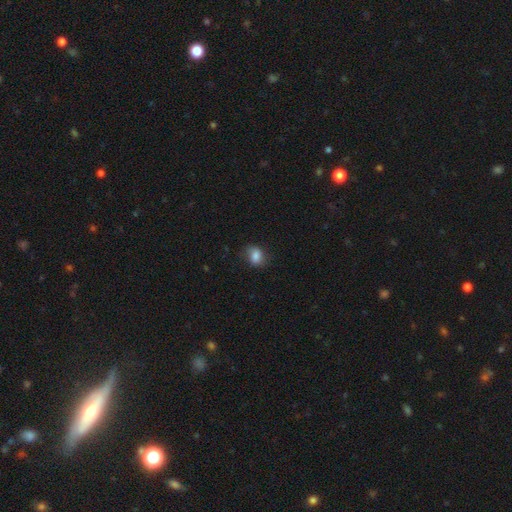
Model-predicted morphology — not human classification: smooth 81%, featured or disk 10%, star or artifact 9%. Down the decision tree: how rounded — in between (67%); merging — none (71%).